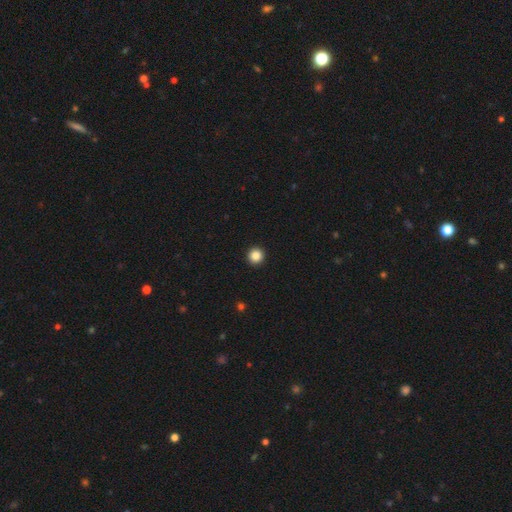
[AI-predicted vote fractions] The model was most divided on "smooth or featured": smooth: 86%, star or artifact: 11%, featured or disk: 3%. More confident: how rounded — round (96%); merging — none (94%).